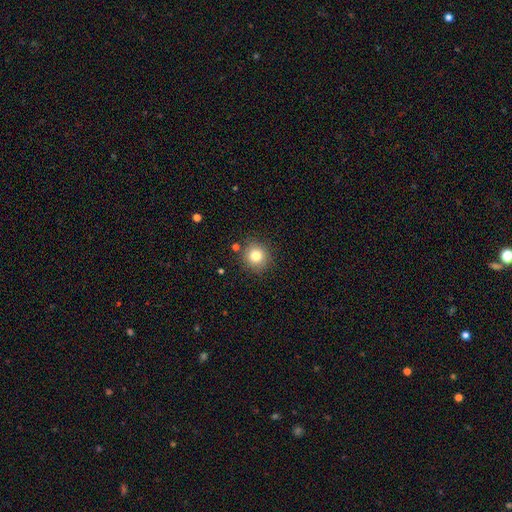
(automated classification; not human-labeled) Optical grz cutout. It shows a smooth galaxy with no disk features (80%) that is round (90%). Merging: none (86%).